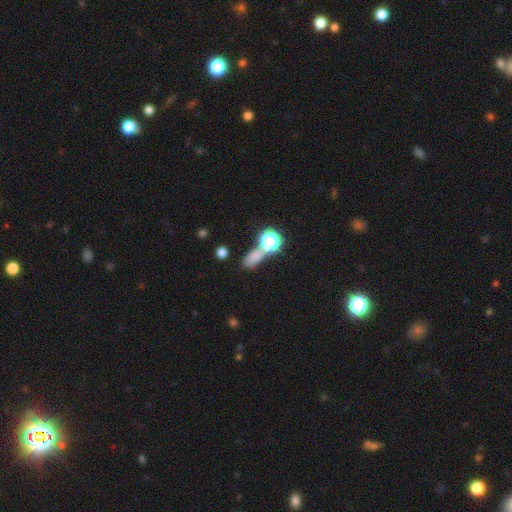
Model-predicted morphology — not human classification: smooth_or_featured: smooth (p=0.61) [alt: star or artifact p=0.30]
how_rounded: in between (p=0.55) [alt: round p=0.34]
merging: none (p=0.49) [alt: merger p=0.28]